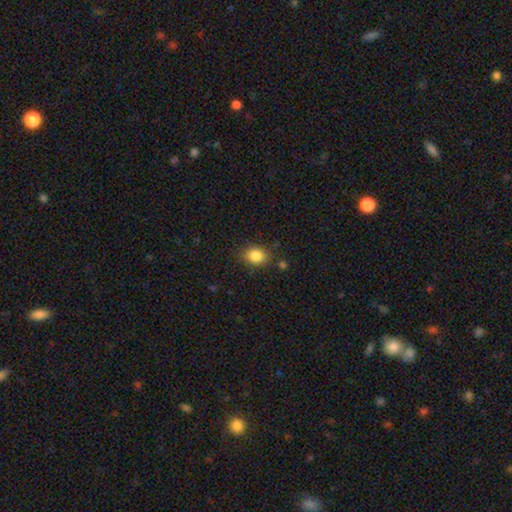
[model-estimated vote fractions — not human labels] This appears to be a smooth galaxy with no disk features (85%) that is in between round and cigar-shaped (50%). Merging: none (82%).